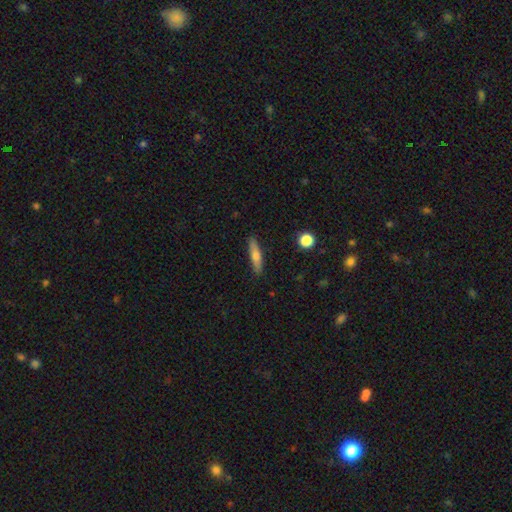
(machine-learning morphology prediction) Smooth or featured?
  - smooth: 60% *
  - featured or disk: 33%
  - star or artifact: 7%
How rounded?
  - cigar-shaped: 84% *
  - in between: 14%
  - round: 2%
Merging?
  - none: 88% *
  - minor disturbance: 8%
  - major disturbance: 2%
  - merger: 1%